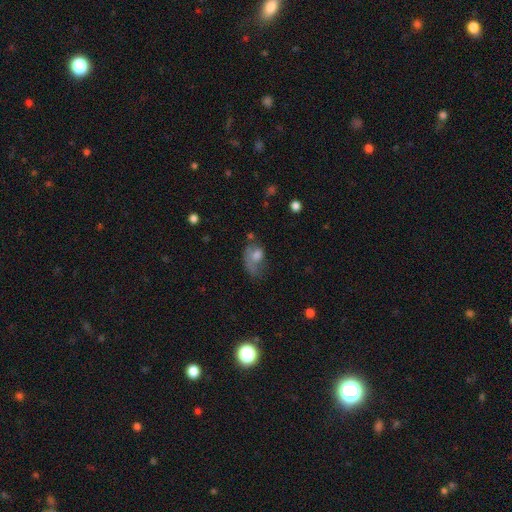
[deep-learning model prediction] Morphology: type=smooth (61%); roundness=in between (78%); merging=major disturbance (44%).